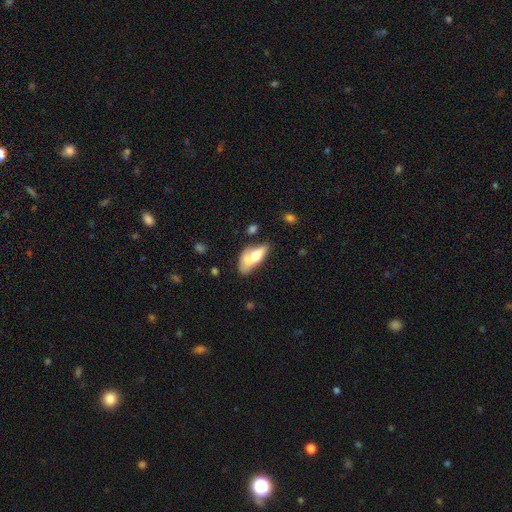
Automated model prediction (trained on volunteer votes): smooth 57%, featured or disk 36%, star or artifact 7%. Down the decision tree: how rounded — in between (80%); merging — merger (45%).